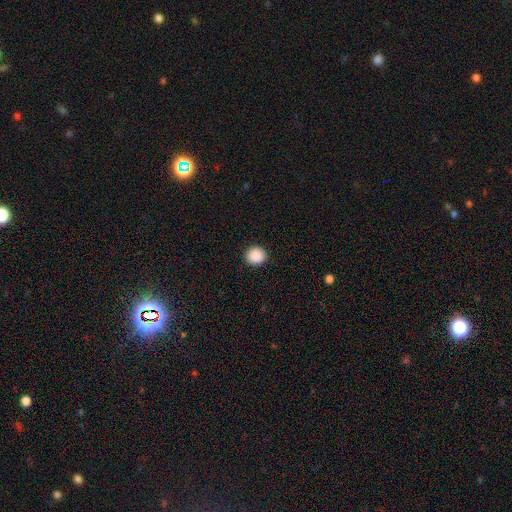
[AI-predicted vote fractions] Q: Smooth or featured?
A: smooth (89%); runner-up: star or artifact (8%)
Q: How rounded?
A: round (90%); runner-up: in between (9%)
Q: Merging?
A: none (93%); runner-up: minor disturbance (5%)